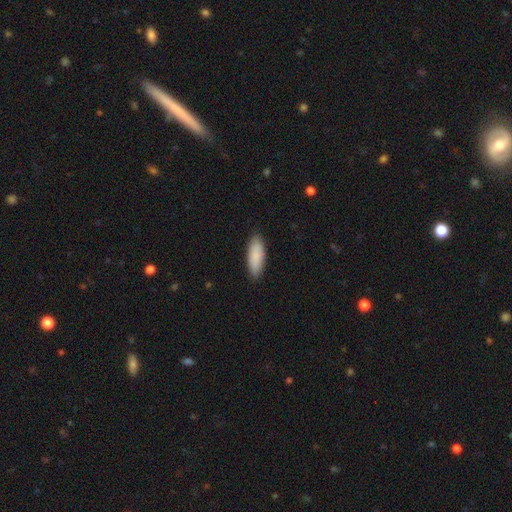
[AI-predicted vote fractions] Morphology: type=smooth (89%); roundness=in between (70%); merging=none (88%).